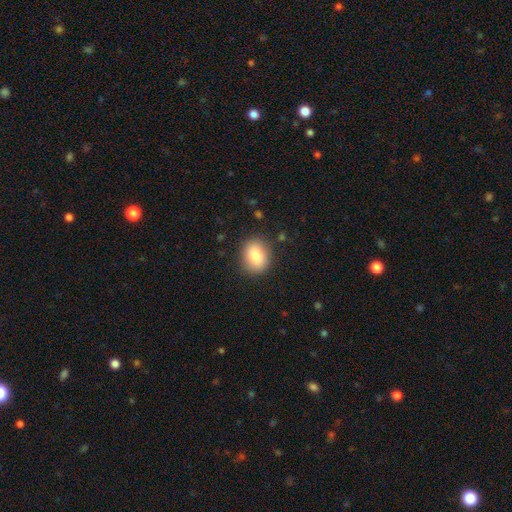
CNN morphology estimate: Smooth or featured? smooth (80%)
How rounded? round (51%)
Merging? none (87%)